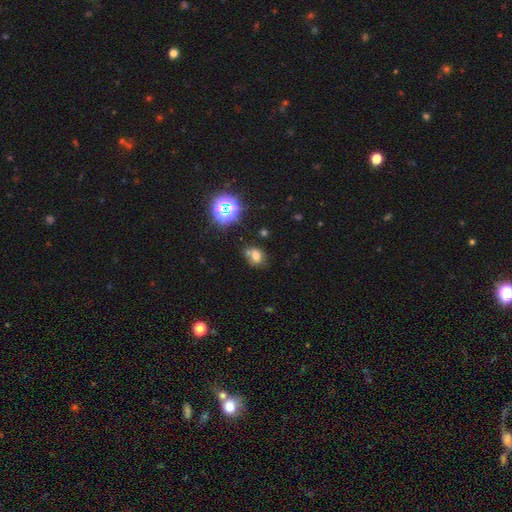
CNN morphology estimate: Q: Smooth or featured?
A: smooth (66%); runner-up: star or artifact (20%)
Q: How rounded?
A: round (53%); runner-up: in between (46%)
Q: Merging?
A: none (49%); runner-up: merger (28%)